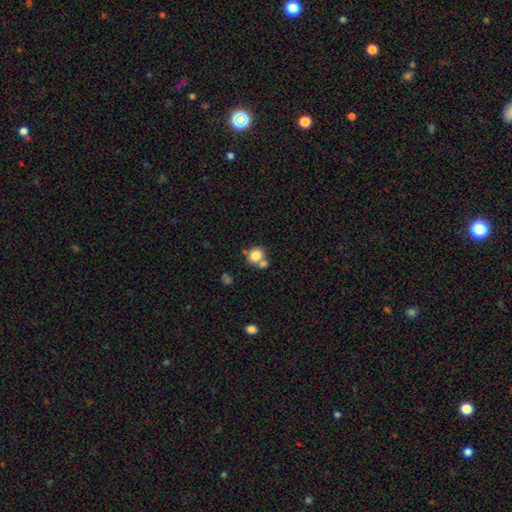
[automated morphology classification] Overall: smooth (81%). How rounded: round (75%). Merging: none (49%; merger 36%).